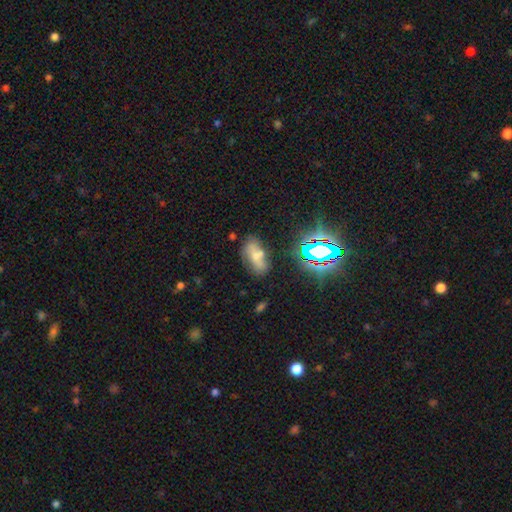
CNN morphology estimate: Smooth or featured?
  - smooth: 50% *
  - featured or disk: 31%
  - star or artifact: 19%
Merging?
  - none: 48% *
  - minor disturbance: 23%
  - merger: 17%
  - major disturbance: 11%